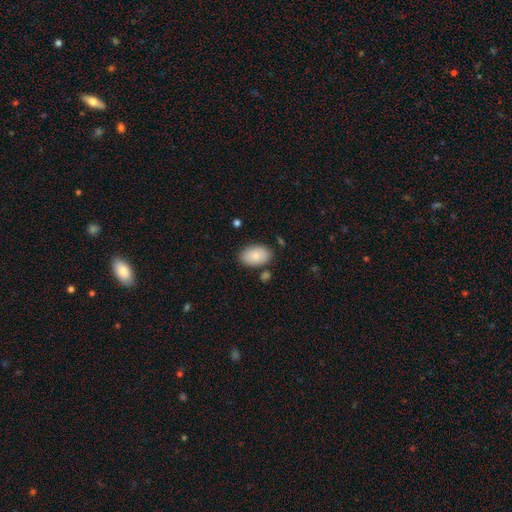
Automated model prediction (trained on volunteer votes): A smooth galaxy with no disk features (85%) that is in between round and cigar-shaped (93%).

Vote fractions:
- Smooth or featured? smooth: 85% / featured or disk: 9% / star or artifact: 6%
- How rounded? in between: 93% / round: 6% / cigar-shaped: 1%
- Merging? none: 82% / minor disturbance: 12% / merger: 4% / major disturbance: 3%